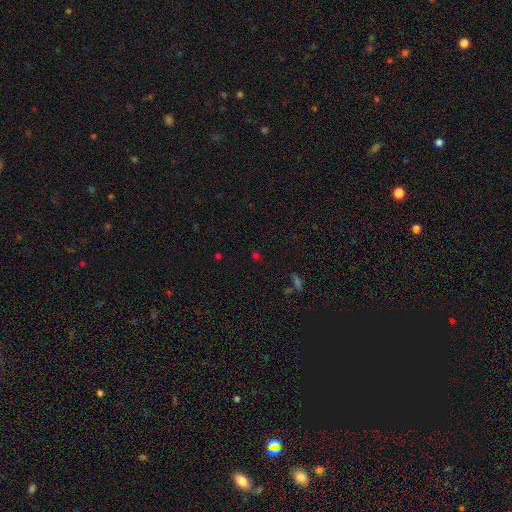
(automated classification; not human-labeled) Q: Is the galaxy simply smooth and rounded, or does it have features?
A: star or artifact — 52%.